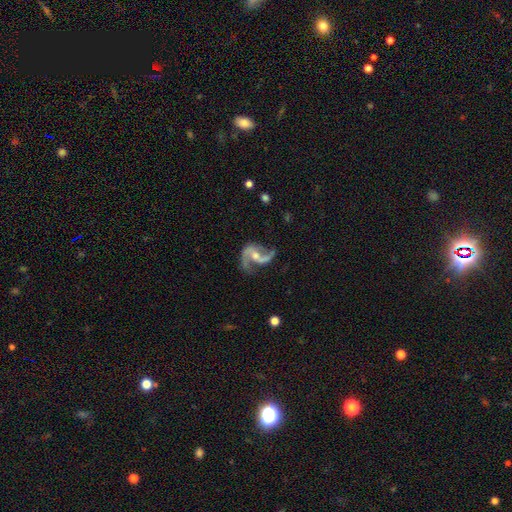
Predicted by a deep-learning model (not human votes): This is clearly a featured or disk galaxy (91%). It is clearly not viewed edge-on (98%). Bar: marginally no (41%). Spiral arm pattern: clearly yes (97%). Spiral arm count: clearly 2 (91%). Spiral winding: possibly loose (56%). Central bulge: possibly moderate (50%). Merging: likely none (62%).